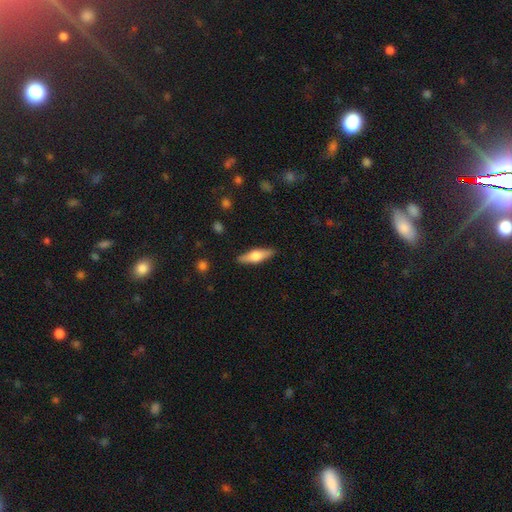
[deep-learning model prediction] smooth-or-featured: smooth: 48% | featured or disk: 46% | star or artifact: 6%
  merging: none: 88% | minor disturbance: 9% | major disturbance: 2% | merger: 1%